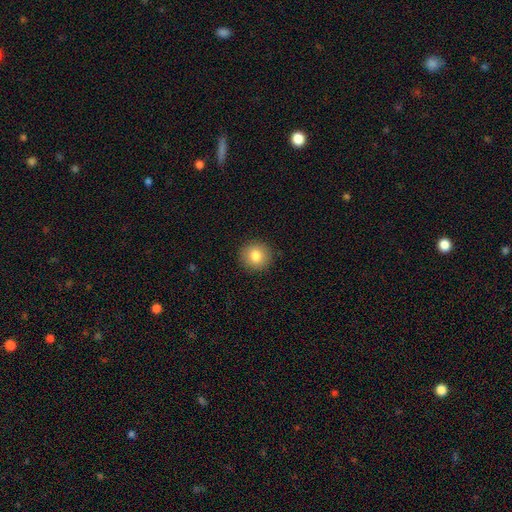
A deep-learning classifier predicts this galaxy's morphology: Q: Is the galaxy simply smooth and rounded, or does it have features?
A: smooth — 83%.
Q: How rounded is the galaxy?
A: round — 91%.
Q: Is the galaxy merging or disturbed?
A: none — 92%.